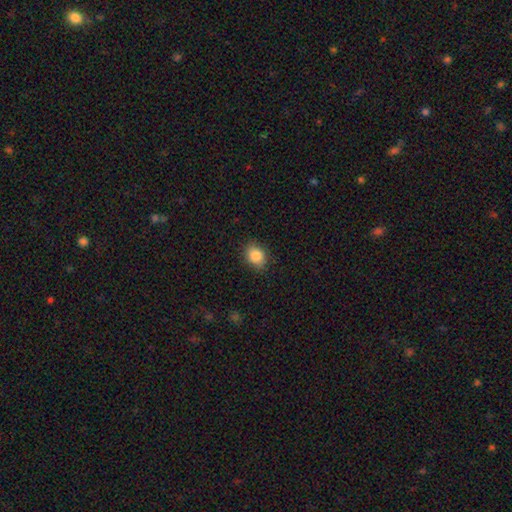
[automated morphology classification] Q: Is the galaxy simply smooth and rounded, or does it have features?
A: smooth — 86%.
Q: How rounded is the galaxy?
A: in between — 54%.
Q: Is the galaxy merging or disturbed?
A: none — 86%.